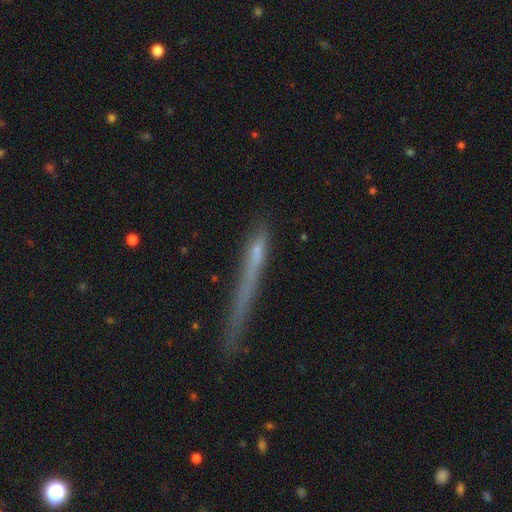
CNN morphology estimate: type=smooth (48%); merging=none (61%).